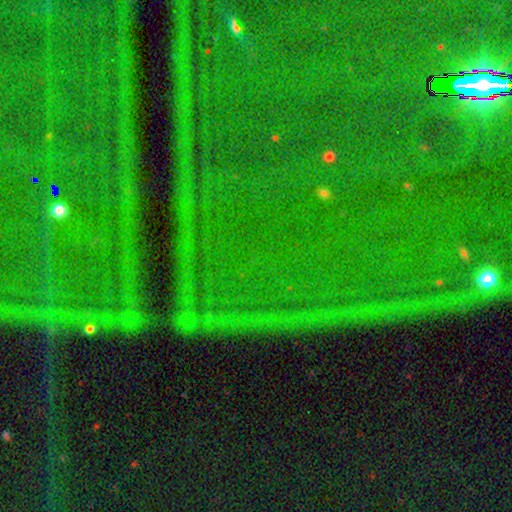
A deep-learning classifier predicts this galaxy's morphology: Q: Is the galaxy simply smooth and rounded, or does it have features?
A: star or artifact — 86%.